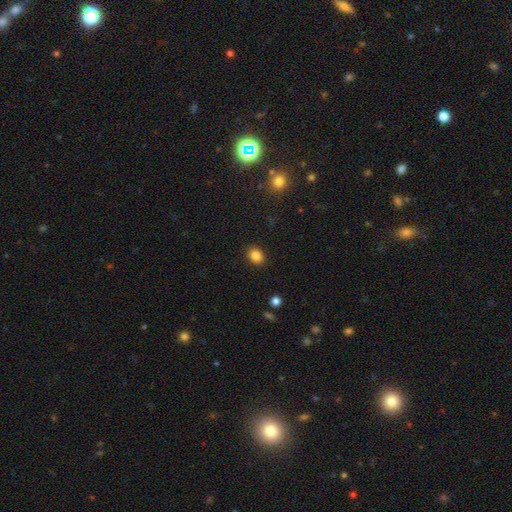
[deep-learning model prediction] Smooth or featured: smooth — 85% (star or artifact — 10%)
How rounded: in between — 61% (round — 38%)
Merging: none — 89% (minor disturbance — 8%)